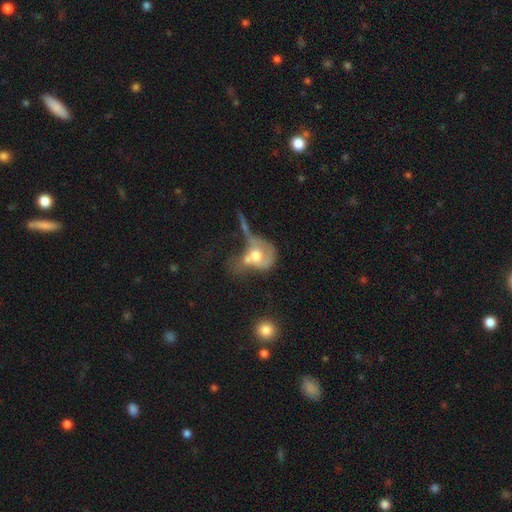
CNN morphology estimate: Smooth or featured? featured or disk (48%)
Merging? merger (47%)